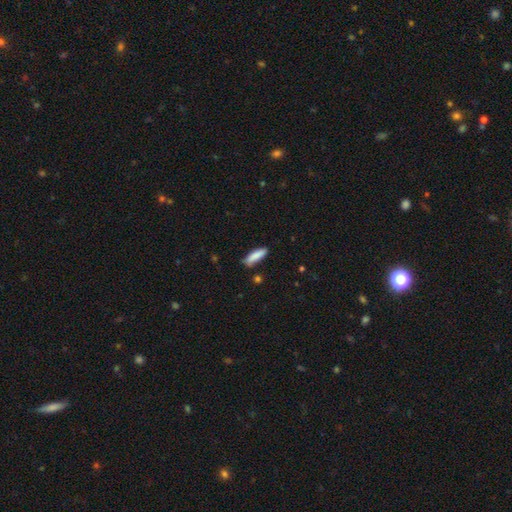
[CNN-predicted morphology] A smooth galaxy with no disk features (87%) that is cigar-shaped (58%). Merging: none (76%).